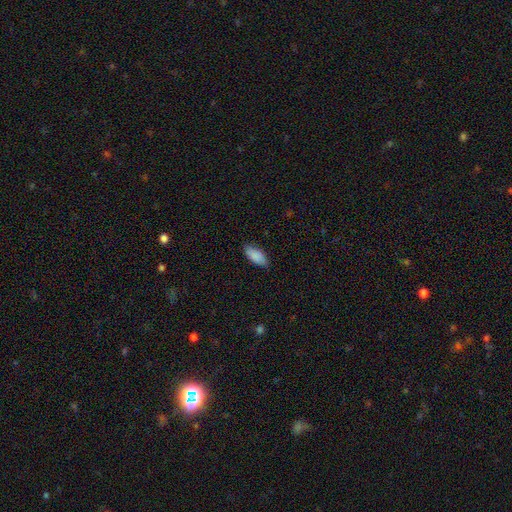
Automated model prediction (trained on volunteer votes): smooth_or_featured: smooth (p=0.87) [alt: star or artifact p=0.06]
how_rounded: in between (p=0.87) [alt: cigar-shaped p=0.11]
merging: none (p=0.81) [alt: minor disturbance p=0.15]